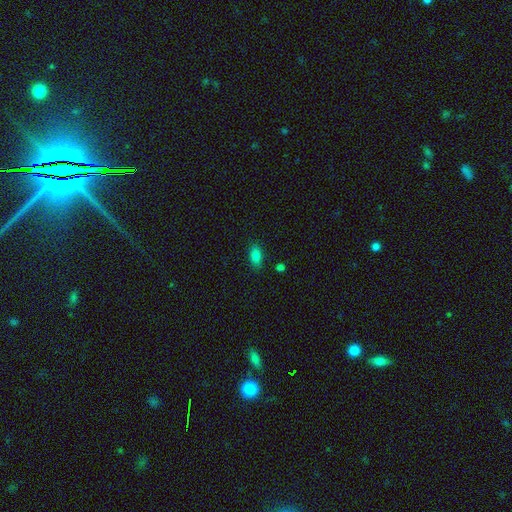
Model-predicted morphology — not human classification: A smooth galaxy with no disk features (83%) that is in between round and cigar-shaped (88%). Merging: none (83%).